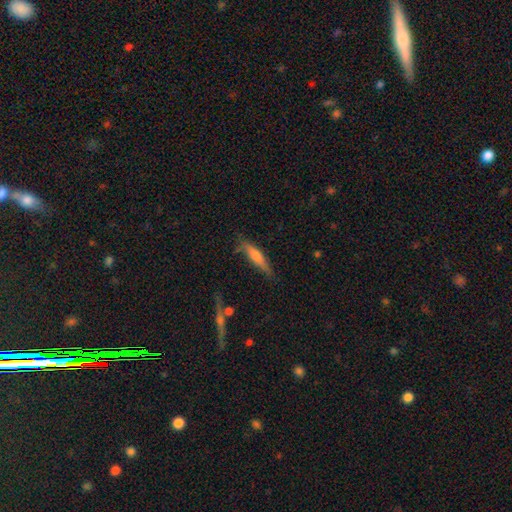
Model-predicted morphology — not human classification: Smooth or featured? smooth (52%)
How rounded? cigar-shaped (83%)
Merging? none (73%)